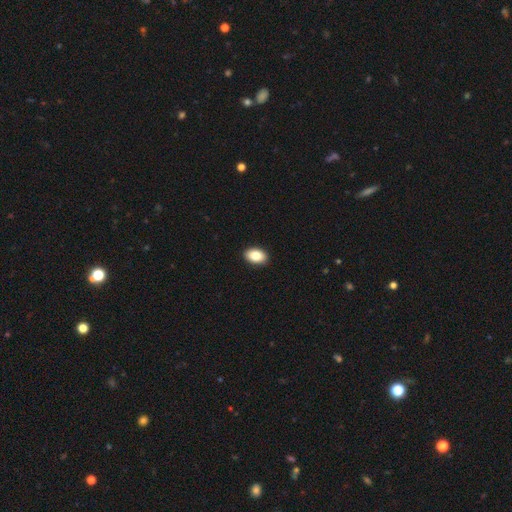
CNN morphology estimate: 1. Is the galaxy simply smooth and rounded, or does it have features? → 86% smooth, 7% star or artifact, 7% featured or disk.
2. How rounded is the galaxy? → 89% in between, 10% round, 1% cigar-shaped.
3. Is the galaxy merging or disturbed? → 91% none, 6% minor disturbance, 2% major disturbance, 1% merger.